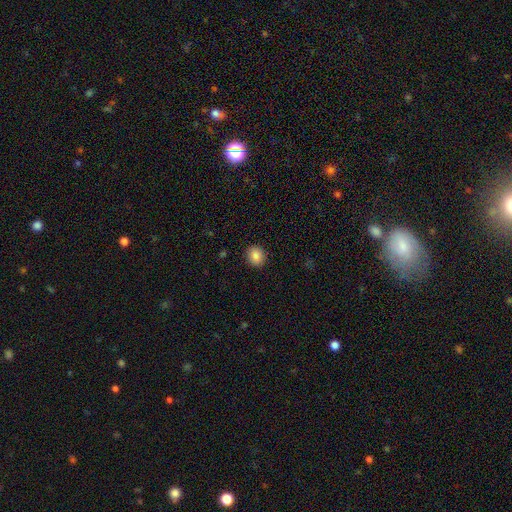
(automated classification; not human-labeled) Morphology: type=smooth (86%); roundness=round (71%); merging=none (91%).